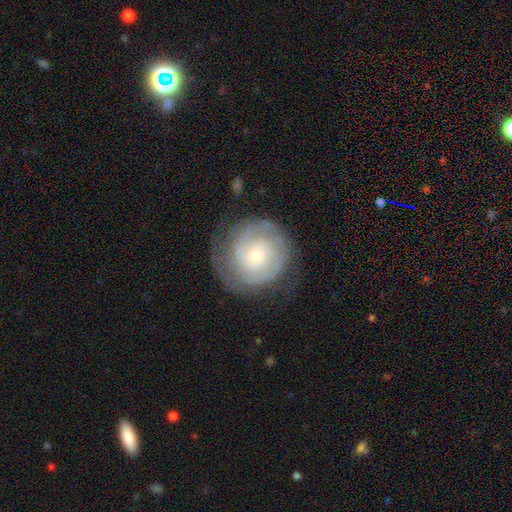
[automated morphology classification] The model was most divided on "spiral arm count": 2: 41%, can't tell: 30%, 3: 14%, 1: 6%, 4: 5%, more than 4: 4%. More confident: edge-on disk — no (98%); spiral arms — yes (93%); smooth or featured — featured or disk (77%); bar — no (75%); merging — none (75%); spiral winding — tight (73%); bulge size — small (67%).